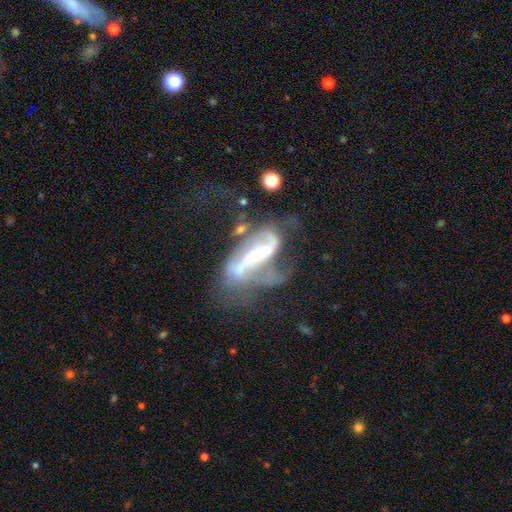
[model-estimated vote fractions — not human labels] This appears to be a featured or disk galaxy (80%) with a strong bar (45%), 2 (65%) loose (51%) spiral arms (82%) and a small central bulge (42%). Merging: major disturbance (38%).